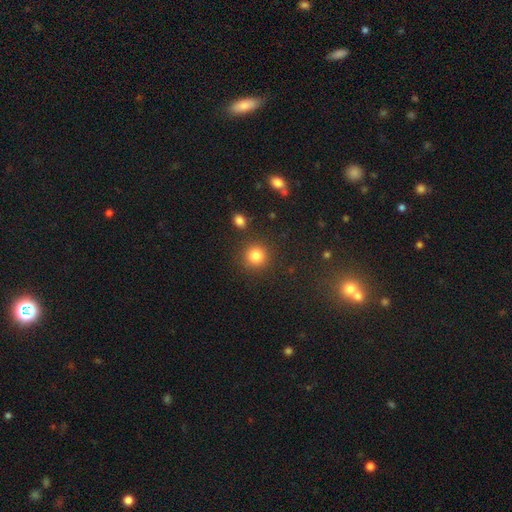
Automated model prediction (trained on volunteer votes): Smooth or featured: smooth — 83% (star or artifact — 11%)
How rounded: round — 92% (in between — 7%)
Merging: none — 86% (minor disturbance — 7%)